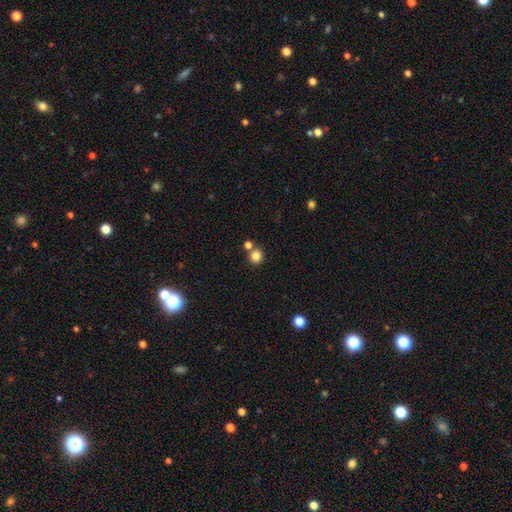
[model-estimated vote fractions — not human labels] Smooth or featured? smooth (83%)
How rounded? round (92%)
Merging? none (71%)